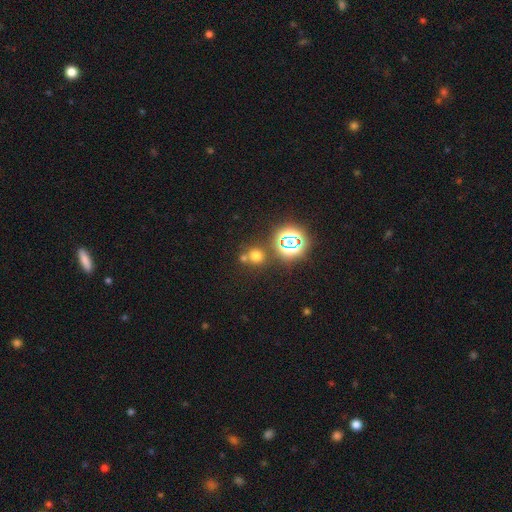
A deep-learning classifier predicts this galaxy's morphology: This is possibly a smooth galaxy (60%). How rounded: clearly round (87%). Merging: likely none (65%).